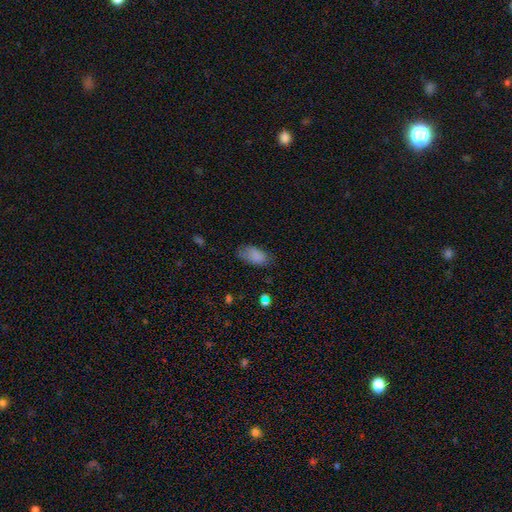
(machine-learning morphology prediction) smooth_or_featured: smooth (p=0.83) [alt: star or artifact p=0.09]
how_rounded: in between (p=0.92) [alt: round p=0.04]
merging: none (p=0.64) [alt: minor disturbance p=0.26]